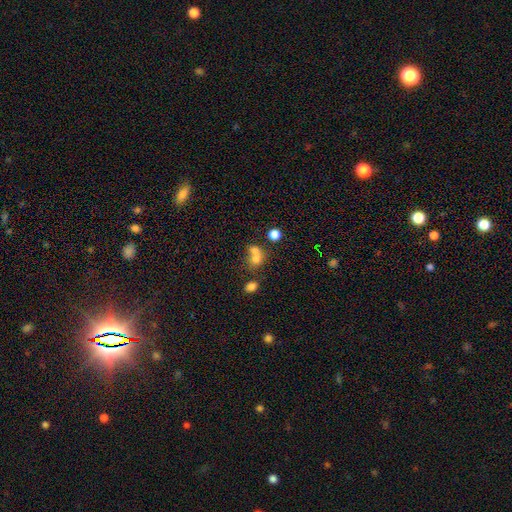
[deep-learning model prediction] Q: Smooth or featured?
A: smooth (70%); runner-up: featured or disk (16%)
Q: How rounded?
A: round (59%); runner-up: in between (40%)
Q: Merging?
A: merger (60%); runner-up: none (28%)